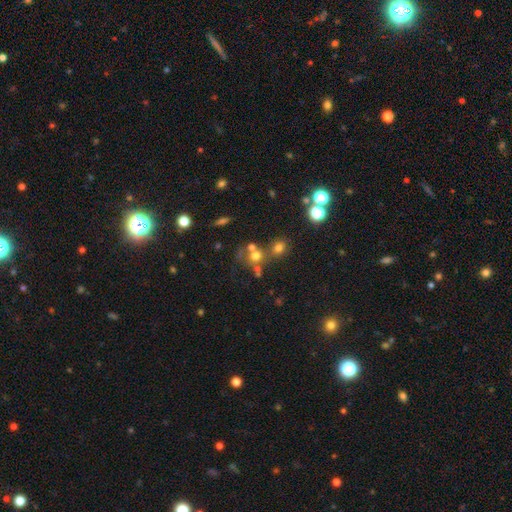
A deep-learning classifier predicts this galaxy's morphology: Q: Smooth or featured?
A: smooth (62%); runner-up: star or artifact (22%)
Q: How rounded?
A: round (79%); runner-up: in between (20%)
Q: Merging?
A: none (46%); runner-up: merger (37%)